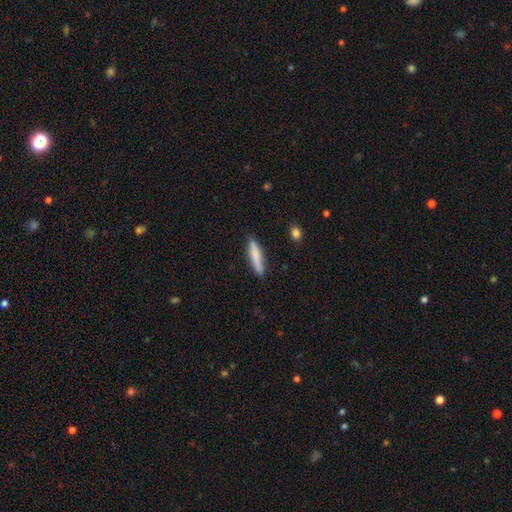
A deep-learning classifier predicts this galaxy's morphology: smooth 81%, featured or disk 13%, star or artifact 6%. Down the decision tree: how rounded — cigar-shaped (85%); merging — none (86%).